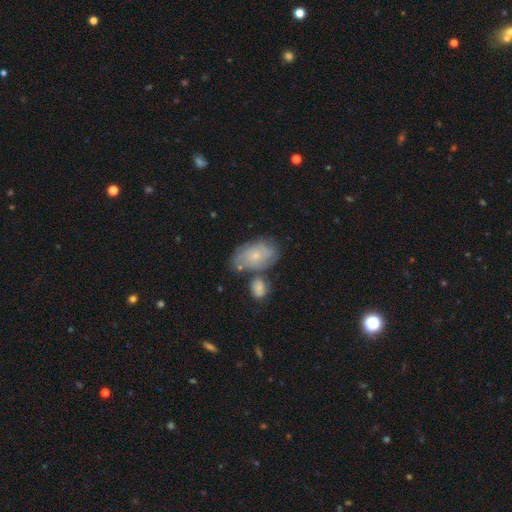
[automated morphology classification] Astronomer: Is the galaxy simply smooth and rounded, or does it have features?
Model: smooth — 49% (runner-up: featured or disk, 43%).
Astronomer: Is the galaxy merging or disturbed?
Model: none — 48%.